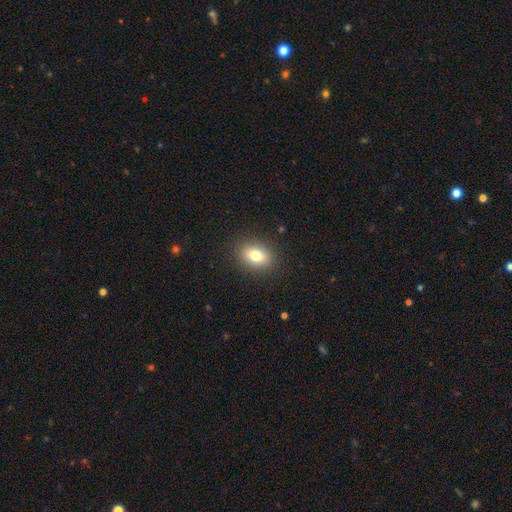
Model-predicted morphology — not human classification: Smooth or featured? Predicted: smooth (p=0.78). How rounded? Predicted: in between (p=0.70). Merging? Predicted: none (p=0.88).